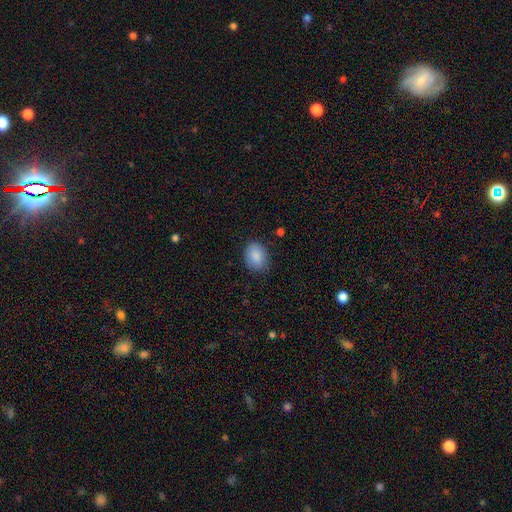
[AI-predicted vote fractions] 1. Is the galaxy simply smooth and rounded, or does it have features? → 88% smooth, 7% star or artifact, 5% featured or disk.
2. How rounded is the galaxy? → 65% in between, 34% round, 1% cigar-shaped.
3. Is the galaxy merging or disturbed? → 79% none, 16% minor disturbance, 3% major disturbance, 1% merger.